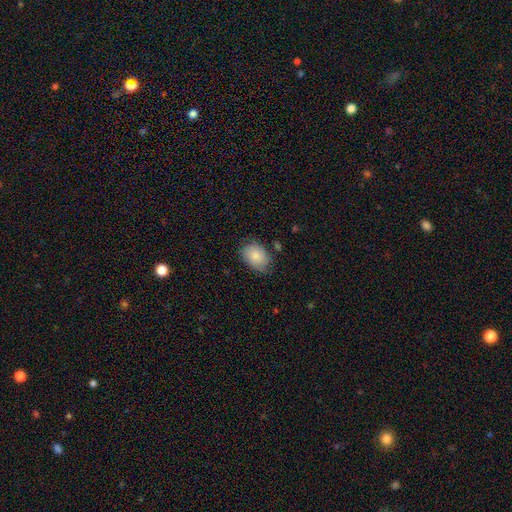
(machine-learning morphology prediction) Smooth or featured? smooth (80%)
How rounded? in between (79%)
Merging? none (65%)